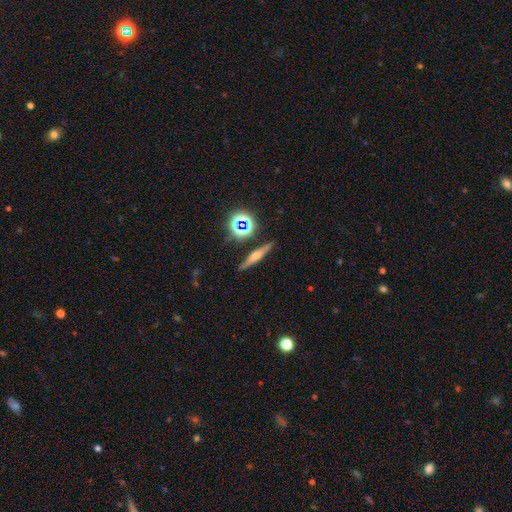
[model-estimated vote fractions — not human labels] This appears to be a featured or disk galaxy (54%) viewed edge-on (94%) with a rounded central bulge (81%). Merging: none (87%).